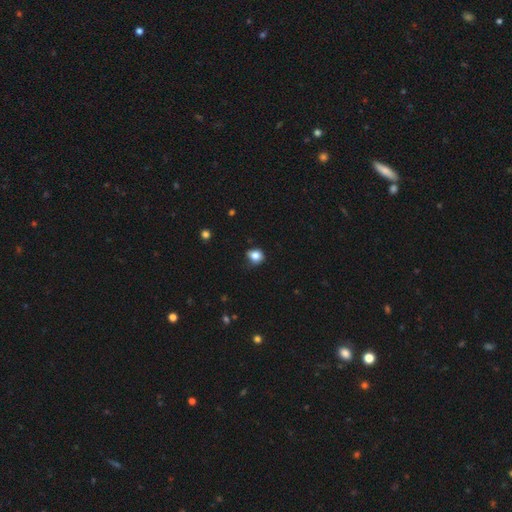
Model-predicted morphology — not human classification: smooth-or-featured: smooth: 82% | star or artifact: 10% | featured or disk: 7%
  how-rounded: round: 65% | in between: 34% | cigar-shaped: 1%
  merging: none: 63% | minor disturbance: 28% | major disturbance: 7% | merger: 2%